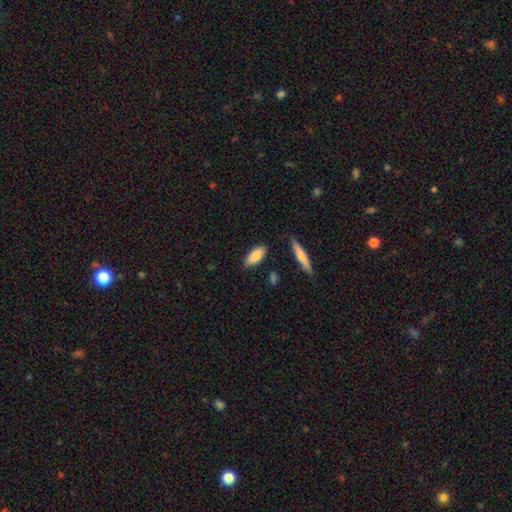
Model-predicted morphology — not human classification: The model was most divided on "how rounded": in between: 74%, cigar-shaped: 24%, round: 2%. More confident: smooth or featured — smooth (83%); merging — none (82%).